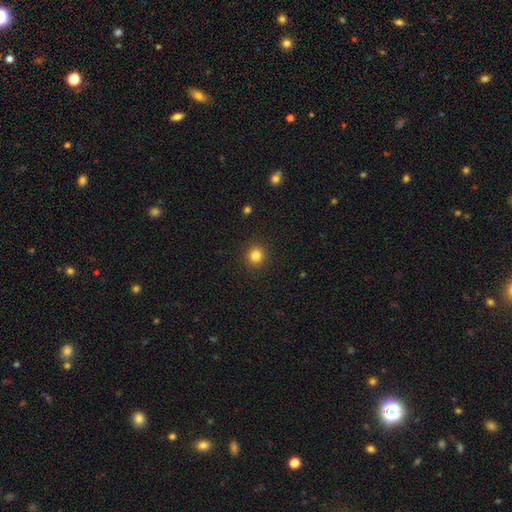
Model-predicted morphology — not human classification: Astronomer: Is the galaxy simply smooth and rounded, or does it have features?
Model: smooth — 83%.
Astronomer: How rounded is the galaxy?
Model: round — 90%.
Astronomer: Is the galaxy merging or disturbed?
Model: none — 92%.